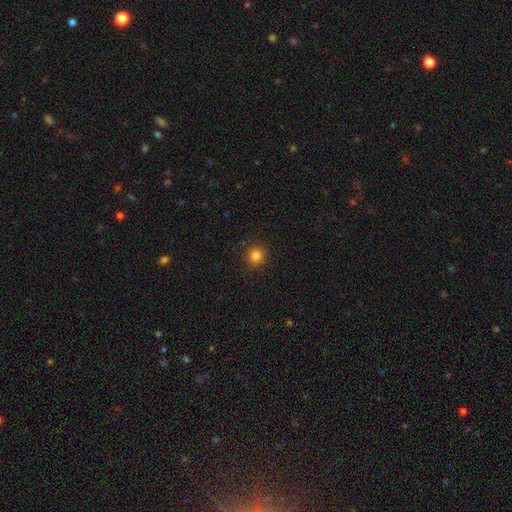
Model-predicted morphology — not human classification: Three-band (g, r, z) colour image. It shows a smooth galaxy with no disk features (83%) that is round (92%). Merging: none (91%).